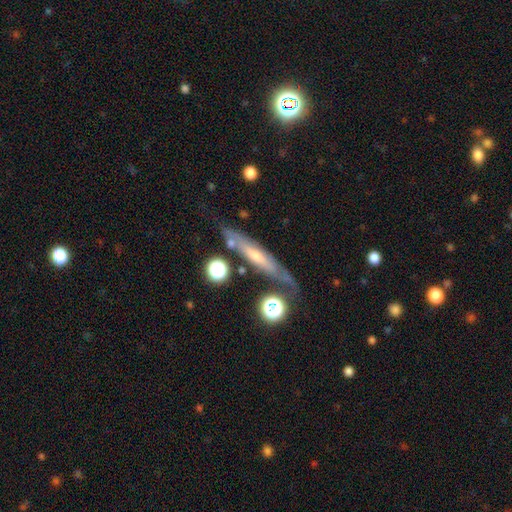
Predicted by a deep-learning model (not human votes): smooth-or-featured: featured or disk: 64% | smooth: 23% | star or artifact: 12%
  disk-edge-on: yes: 80% | no: 20%
    edge-on-bulge: rounded: 59% | none: 33% | boxy: 8%
  merging: none: 72% | minor disturbance: 16% | major disturbance: 6% | merger: 6%